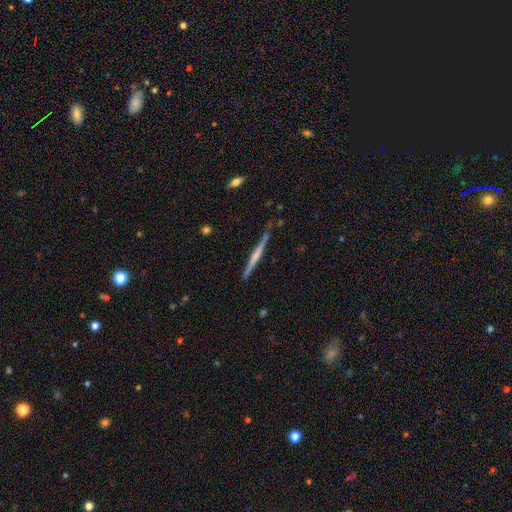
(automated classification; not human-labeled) Smooth or featured: featured or disk — 62% (smooth — 32%)
Edge-on disk: yes — 98% (no — 2%)
Edge-on bulge: none — 49% (rounded — 34%)
Merging: none — 84% (minor disturbance — 12%)